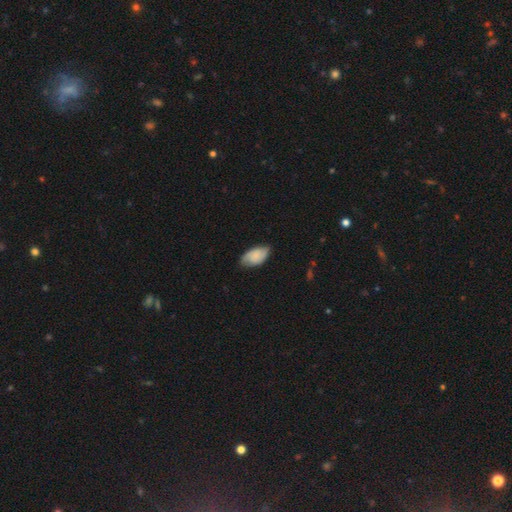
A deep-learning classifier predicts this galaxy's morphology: This appears to be a smooth galaxy with no disk features (67%) that is in between round and cigar-shaped (94%). Merging: none (70%).